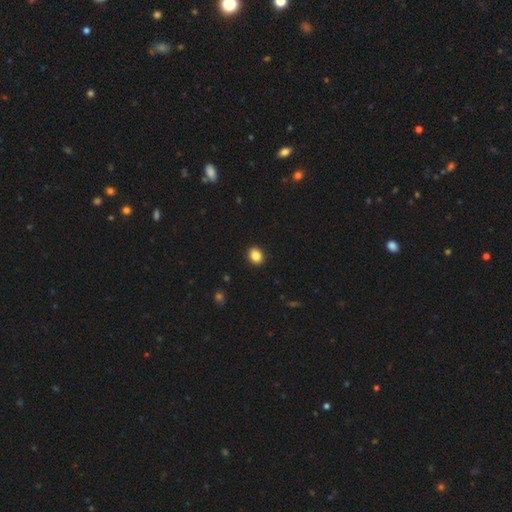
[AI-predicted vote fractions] Overall: smooth (86%). How rounded: round (53%; in between 46%). Merging: none (92%).